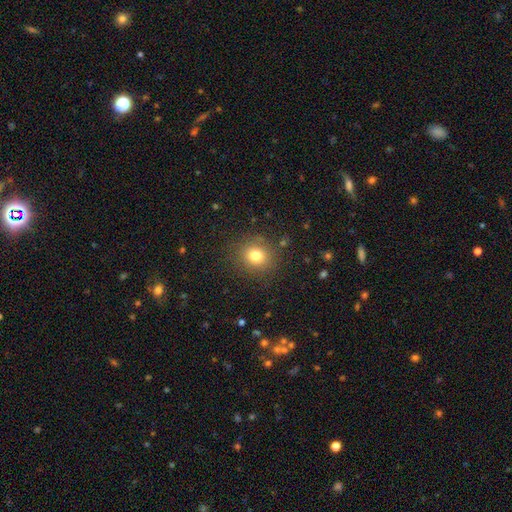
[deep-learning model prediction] Q: Smooth or featured?
A: smooth (78%); runner-up: star or artifact (14%)
Q: How rounded?
A: round (84%); runner-up: in between (15%)
Q: Merging?
A: none (86%); runner-up: minor disturbance (9%)